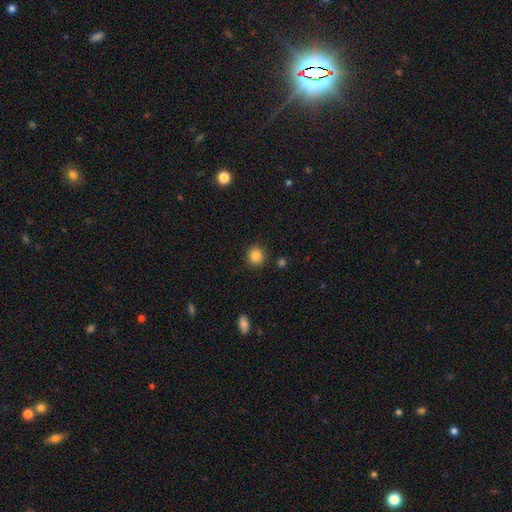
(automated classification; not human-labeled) smooth-or-featured: smooth: 86% | star or artifact: 10% | featured or disk: 4%
  how-rounded: round: 90% | in between: 9% | cigar-shaped: 1%
  merging: none: 89% | minor disturbance: 7% | major disturbance: 2% | merger: 2%